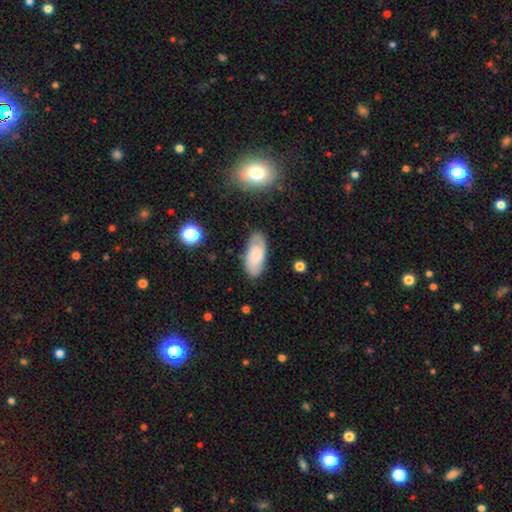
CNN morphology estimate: This appears to be a smooth galaxy with no disk features (62%) that is in between round and cigar-shaped (89%). Merging: none (81%).